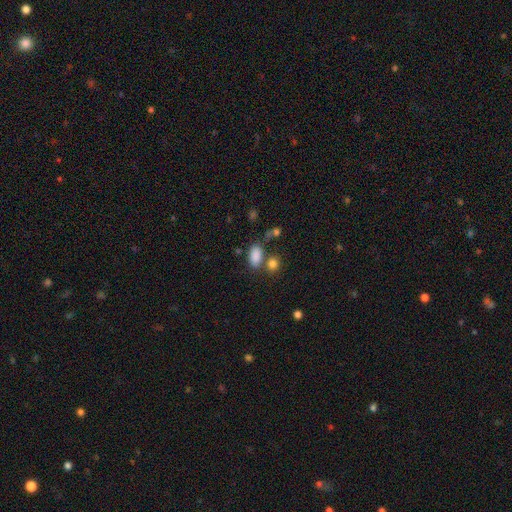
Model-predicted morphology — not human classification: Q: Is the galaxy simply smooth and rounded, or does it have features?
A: smooth — 85%.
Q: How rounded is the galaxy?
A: in between — 89%.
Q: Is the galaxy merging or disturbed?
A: none — 58%.